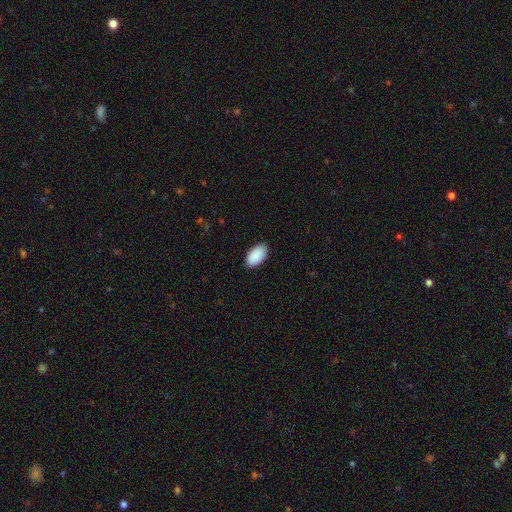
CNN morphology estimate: type=smooth (92%); roundness=in between (96%); merging=none (88%).